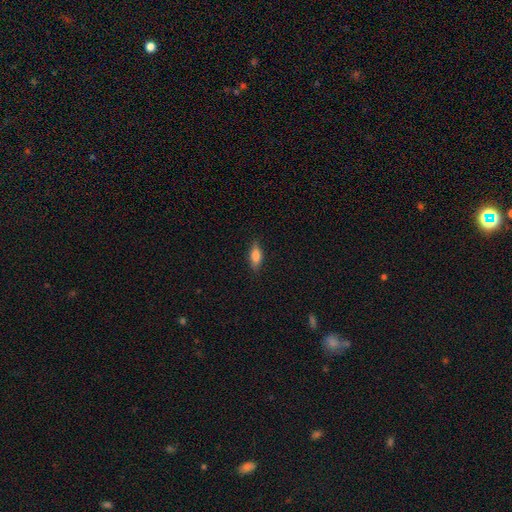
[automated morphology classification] Q: Smooth or featured?
A: smooth (75%); runner-up: featured or disk (18%)
Q: How rounded?
A: in between (69%); runner-up: cigar-shaped (28%)
Q: Merging?
A: none (83%); runner-up: minor disturbance (13%)